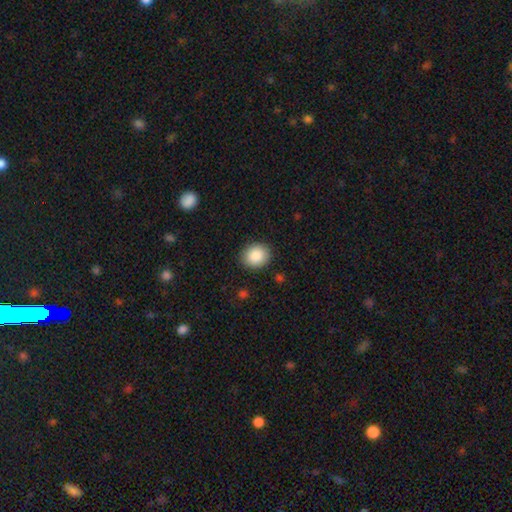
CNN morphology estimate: The model was most divided on "how rounded": round: 68%, in between: 32%, cigar-shaped: 1%. More confident: merging — none (89%); smooth or featured — smooth (88%).